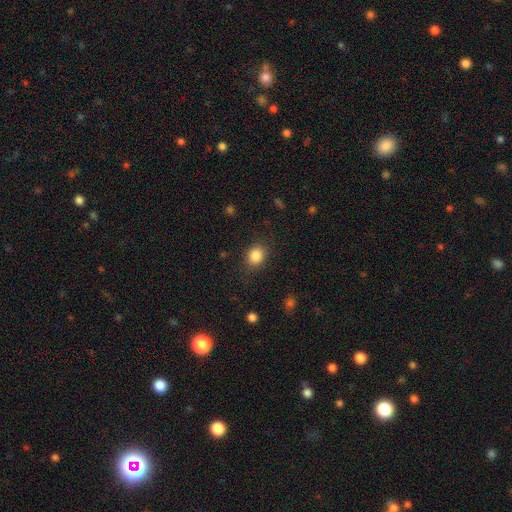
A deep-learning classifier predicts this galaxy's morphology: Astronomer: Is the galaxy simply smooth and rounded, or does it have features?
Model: smooth — 85%.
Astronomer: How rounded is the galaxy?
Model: round — 60% (runner-up: in between, 39%).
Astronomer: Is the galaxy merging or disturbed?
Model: none — 83%.